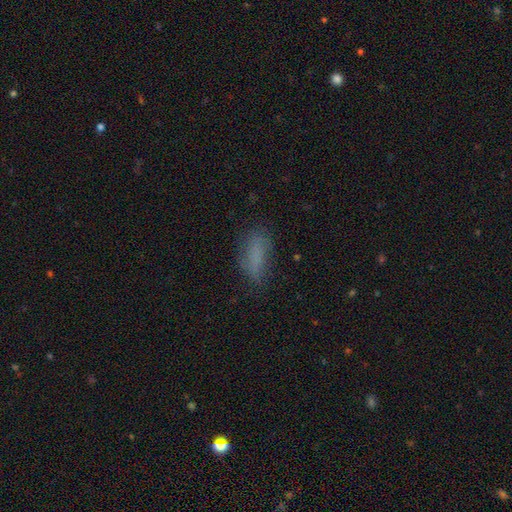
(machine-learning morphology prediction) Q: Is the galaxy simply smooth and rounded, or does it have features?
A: smooth — 76%.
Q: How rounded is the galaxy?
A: in between — 62%.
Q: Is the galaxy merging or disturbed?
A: none — 72%.